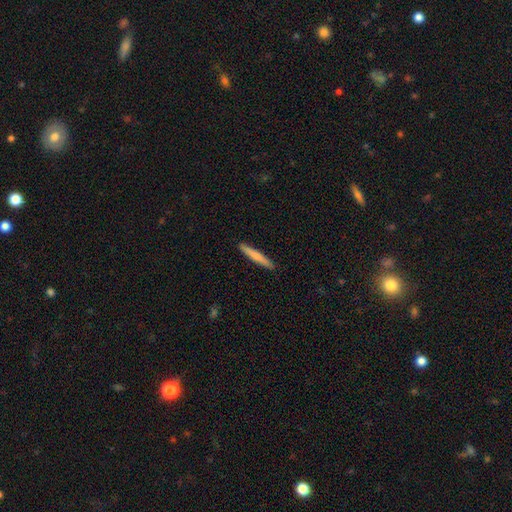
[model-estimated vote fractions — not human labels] Q: Smooth or featured?
A: smooth (69%); runner-up: featured or disk (25%)
Q: How rounded?
A: cigar-shaped (95%); runner-up: in between (4%)
Q: Merging?
A: none (92%); runner-up: minor disturbance (6%)